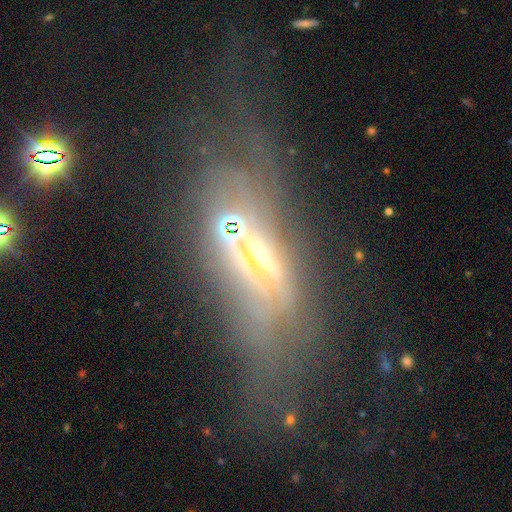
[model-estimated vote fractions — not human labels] A featured or disk galaxy (66%).

Vote fractions:
- Smooth or featured? featured or disk: 66% / smooth: 19% / star or artifact: 15%
- Edge-on disk? no: 62% / yes: 38%
- Merging? major disturbance: 36% / none: 32% / minor disturbance: 18% / merger: 13%